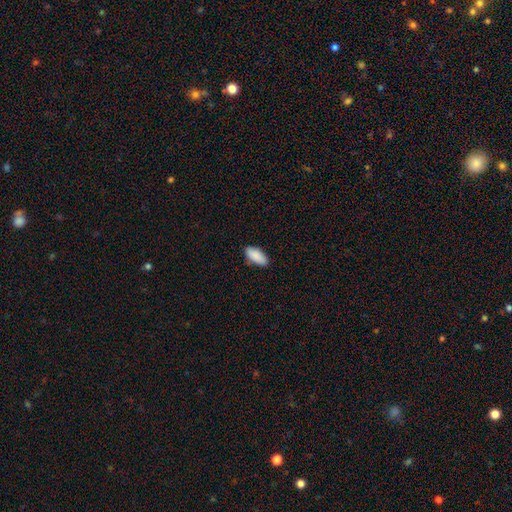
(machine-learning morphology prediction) A smooth galaxy with no disk features (90%) that is in between round and cigar-shaped (90%).

Vote fractions:
- Smooth or featured? smooth: 90% / star or artifact: 6% / featured or disk: 4%
- How rounded? in between: 90% / cigar-shaped: 8% / round: 2%
- Merging? none: 84% / minor disturbance: 13% / major disturbance: 2% / merger: 1%